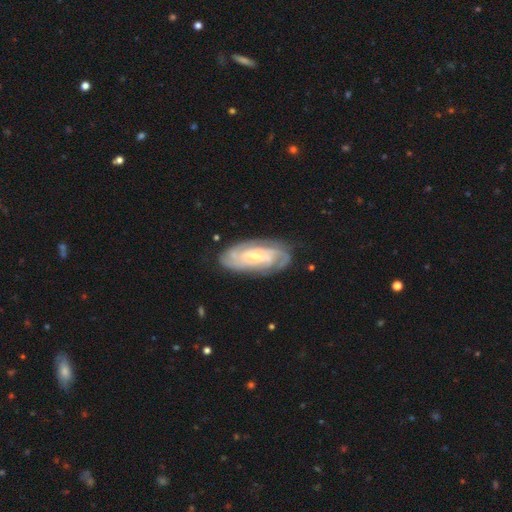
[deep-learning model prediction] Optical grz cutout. It shows a featured or disk galaxy (82%) with no bar (49%), tight (70%) spiral arms (95%) and a small central bulge (62%). Merging: none (78%).